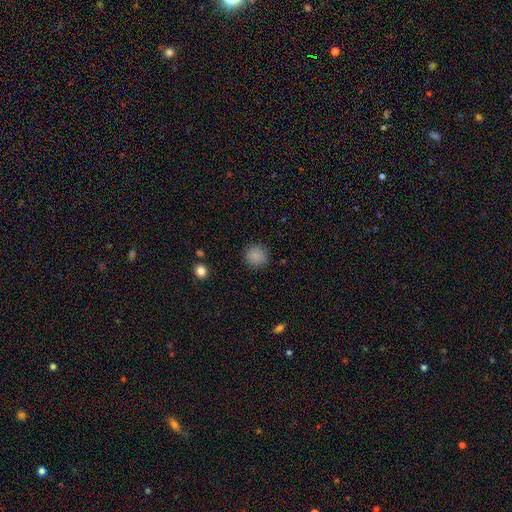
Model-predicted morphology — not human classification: This is clearly a smooth galaxy (86%). How rounded: clearly round (92%). Merging: clearly none (89%).